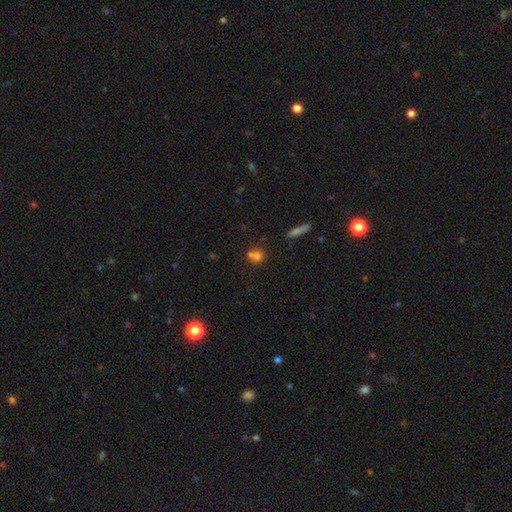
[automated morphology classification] This appears to be a smooth galaxy with no disk features (71%) that is round (67%). Merging: merger (46%).